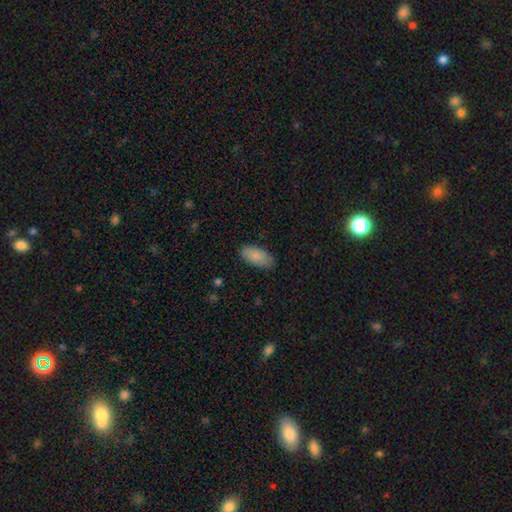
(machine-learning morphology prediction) Smooth or featured: smooth — 88% (featured or disk — 6%)
How rounded: in between — 92% (cigar-shaped — 6%)
Merging: none — 84% (minor disturbance — 12%)